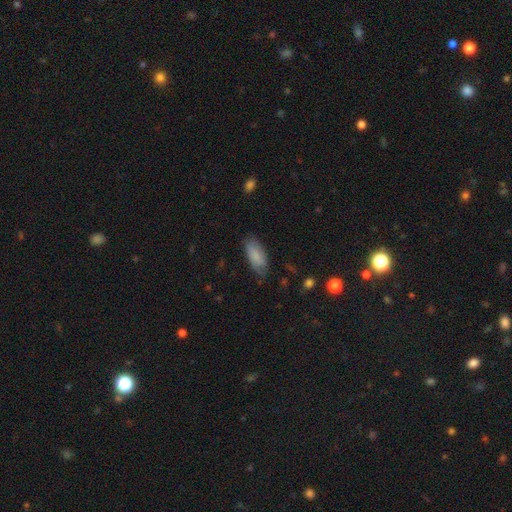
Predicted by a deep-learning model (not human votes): This is likely a smooth galaxy (74%). How rounded: clearly in between (88%). Merging: likely none (71%).